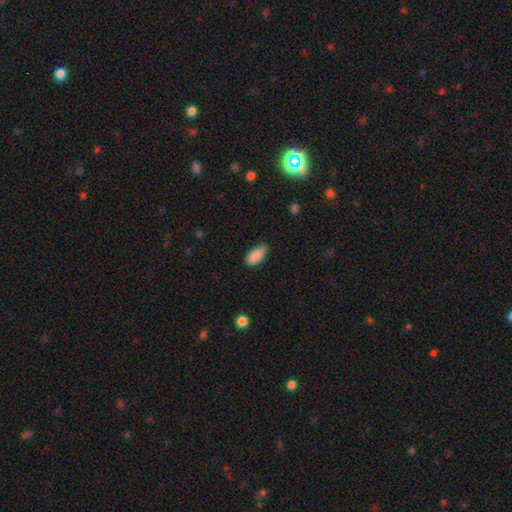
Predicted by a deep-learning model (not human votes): Smooth or featured? smooth (88%)
How rounded? in between (91%)
Merging? none (68%)